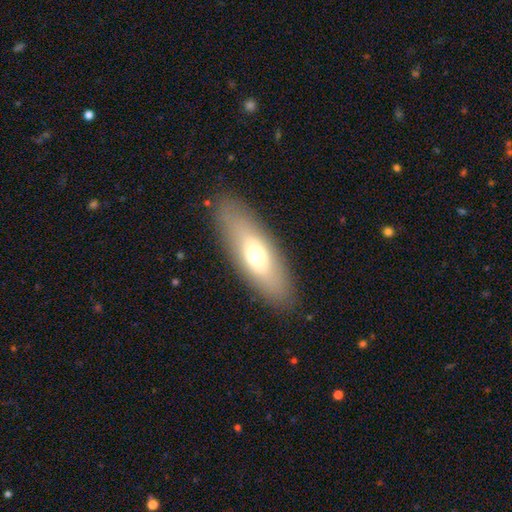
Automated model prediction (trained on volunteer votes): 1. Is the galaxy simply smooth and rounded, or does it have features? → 59% smooth, 33% featured or disk, 8% star or artifact.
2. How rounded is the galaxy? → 61% in between, 36% cigar-shaped, 3% round.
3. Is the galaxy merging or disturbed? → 86% none, 9% minor disturbance, 4% major disturbance, 1% merger.